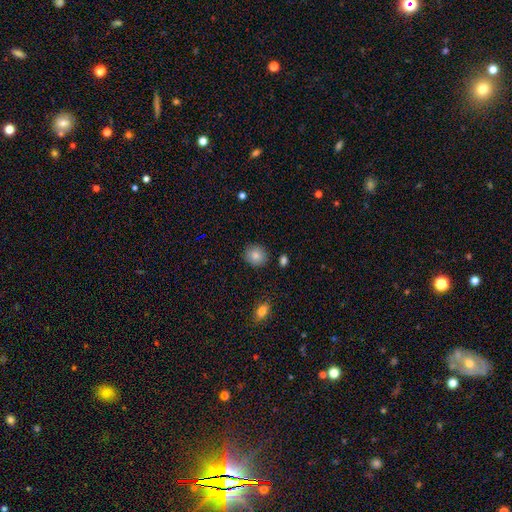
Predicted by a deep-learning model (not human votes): smooth 84%, star or artifact 9%, featured or disk 7%. Down the decision tree: how rounded — round (83%); merging — none (88%).